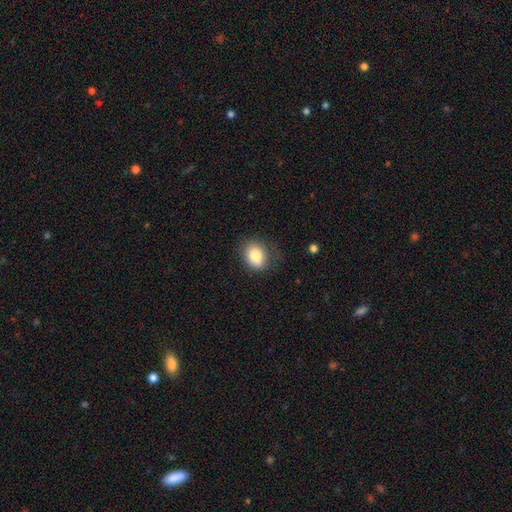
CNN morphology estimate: type=smooth (81%); roundness=in between (59%); merging=none (75%).